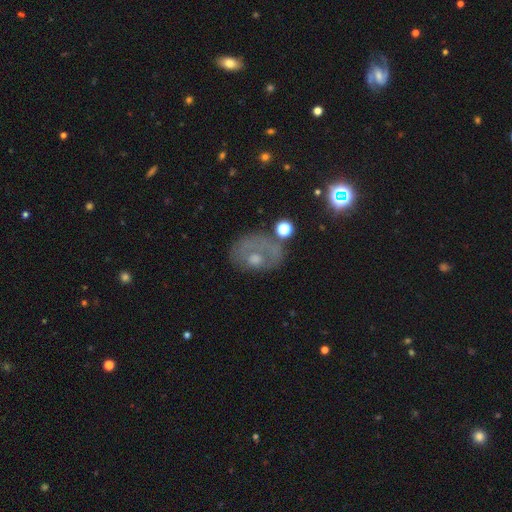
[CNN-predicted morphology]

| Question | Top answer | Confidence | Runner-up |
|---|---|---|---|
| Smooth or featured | featured or disk | 45% | smooth (40%) |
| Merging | none | 43% | major disturbance (27%) |